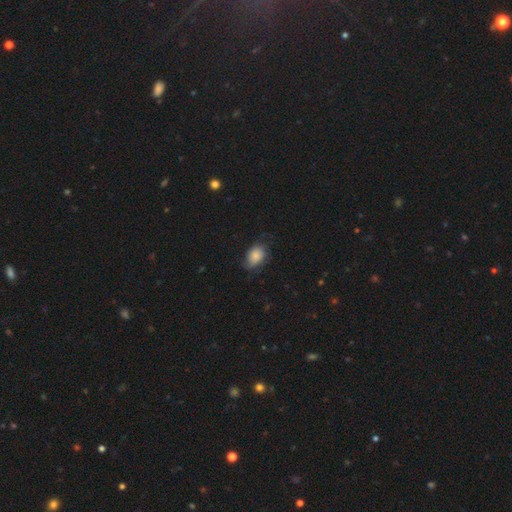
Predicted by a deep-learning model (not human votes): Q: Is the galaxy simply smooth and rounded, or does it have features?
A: smooth — 73%.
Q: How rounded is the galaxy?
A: in between — 75%.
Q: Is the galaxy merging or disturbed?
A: none — 56%.